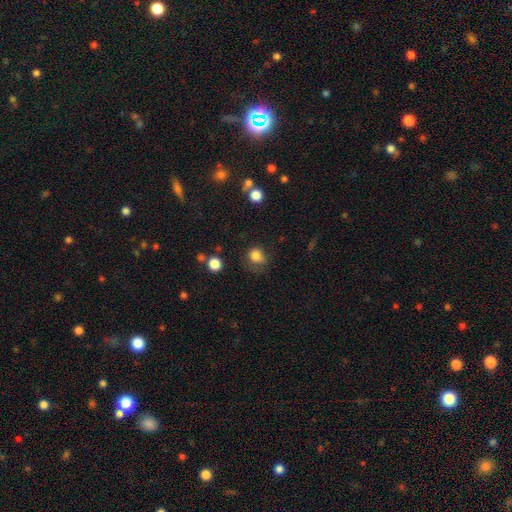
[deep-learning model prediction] Morphology: type=smooth (81%); roundness=round (68%); merging=none (48%).